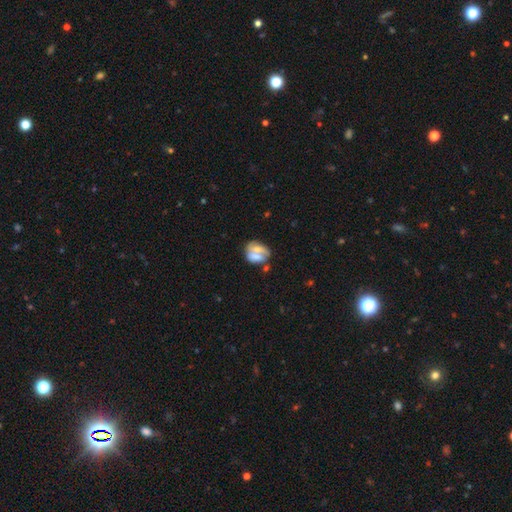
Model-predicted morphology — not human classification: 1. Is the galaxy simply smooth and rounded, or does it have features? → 49% smooth, 43% featured or disk, 8% star or artifact.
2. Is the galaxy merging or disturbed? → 43% merger, 29% none, 16% minor disturbance, 12% major disturbance.